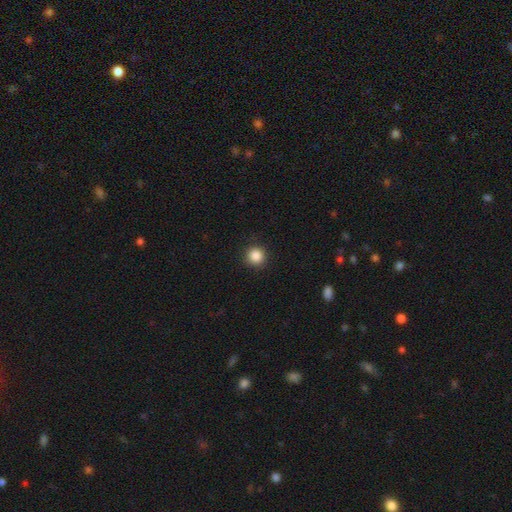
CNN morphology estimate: The model was most divided on "smooth or featured": smooth: 86%, star or artifact: 10%, featured or disk: 3%. More confident: how rounded — round (94%); merging — none (91%).